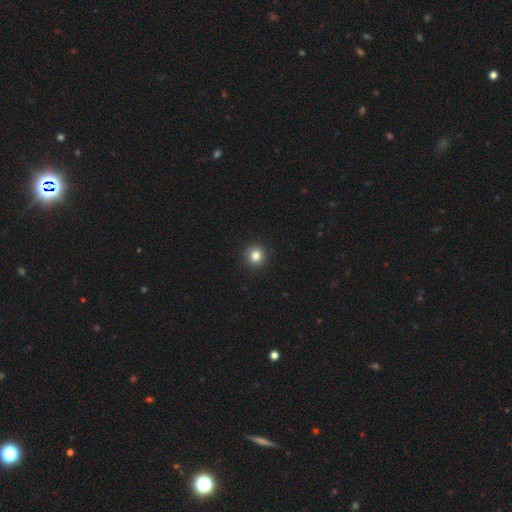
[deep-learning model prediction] Q: Smooth or featured?
A: smooth (83%); runner-up: star or artifact (12%)
Q: How rounded?
A: round (94%); runner-up: in between (5%)
Q: Merging?
A: none (93%); runner-up: minor disturbance (5%)